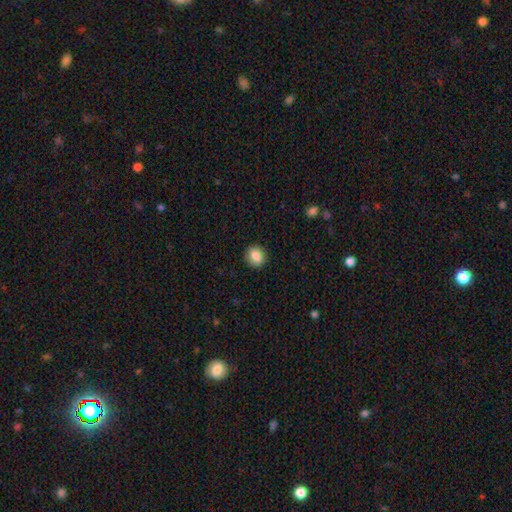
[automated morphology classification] smooth-or-featured: smooth: 85% | star or artifact: 8% | featured or disk: 6%
  how-rounded: round: 73% | in between: 26% | cigar-shaped: 1%
  merging: none: 90% | minor disturbance: 7% | major disturbance: 2% | merger: 1%